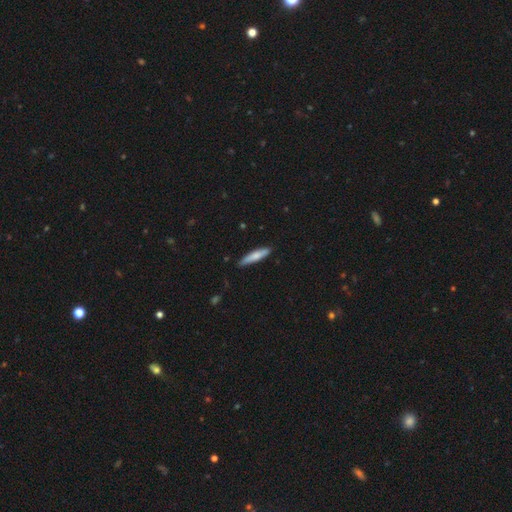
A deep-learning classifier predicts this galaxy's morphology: smooth_or_featured: smooth (p=0.72) [alt: featured or disk p=0.22]
how_rounded: cigar-shaped (p=0.86) [alt: in between p=0.12]
merging: none (p=0.86) [alt: minor disturbance p=0.11]